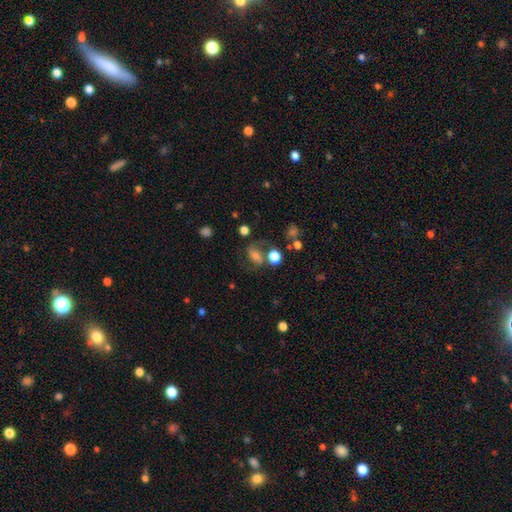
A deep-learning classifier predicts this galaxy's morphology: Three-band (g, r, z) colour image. It shows a smooth galaxy with no disk features (43%). Merging: none (52%).